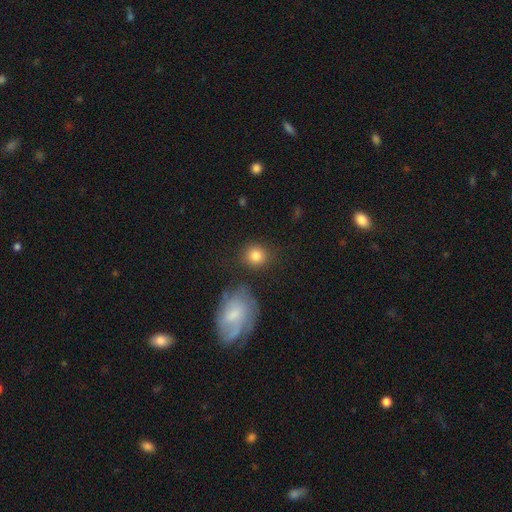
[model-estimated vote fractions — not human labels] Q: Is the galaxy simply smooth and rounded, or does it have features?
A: smooth — 84%.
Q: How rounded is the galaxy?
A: round — 86%.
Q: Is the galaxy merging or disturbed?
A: none — 80%.